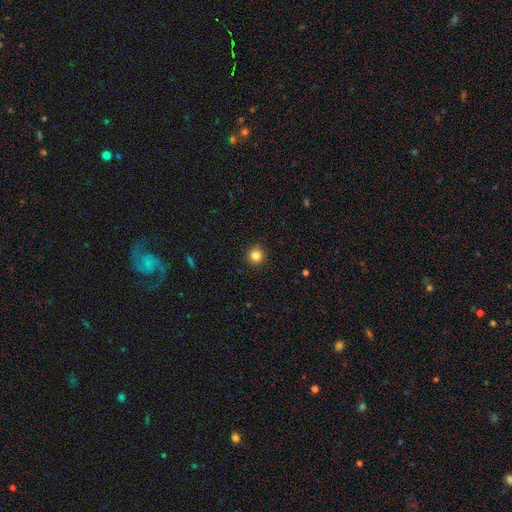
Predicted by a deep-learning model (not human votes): Morphology: type=smooth (83%); roundness=round (95%); merging=none (93%).